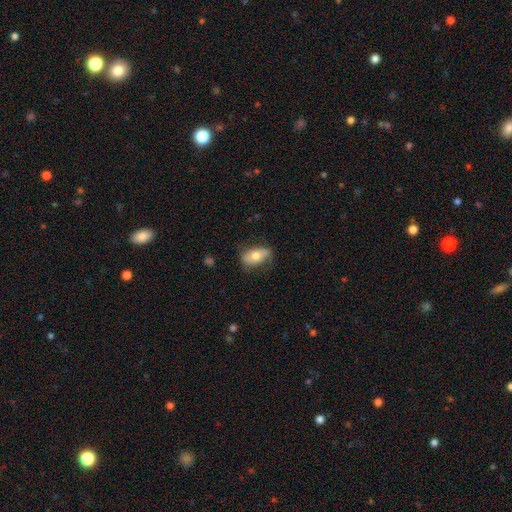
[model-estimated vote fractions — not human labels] smooth 68%, featured or disk 26%, star or artifact 7%. Down the decision tree: how rounded — in between (90%); merging — none (73%).